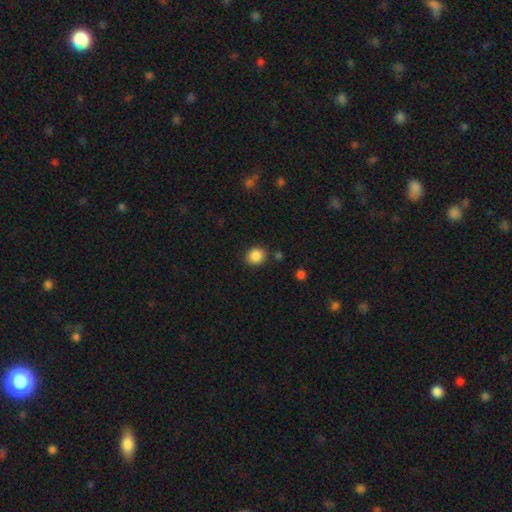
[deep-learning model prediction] This is clearly a smooth galaxy (87%). How rounded: likely round (68%). Merging: clearly none (83%).